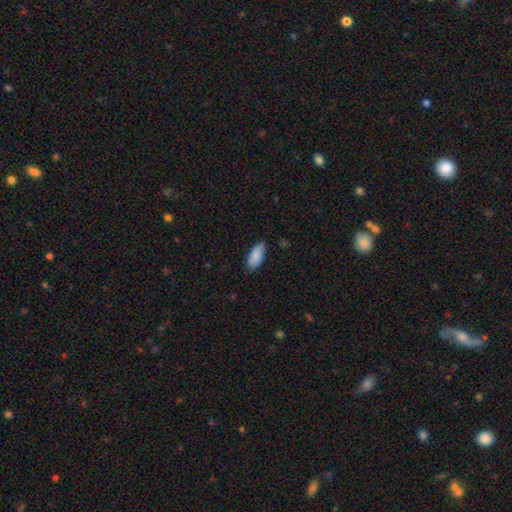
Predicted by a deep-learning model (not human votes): A smooth galaxy with no disk features (87%) that is in between round and cigar-shaped (89%). Merging: none (81%).